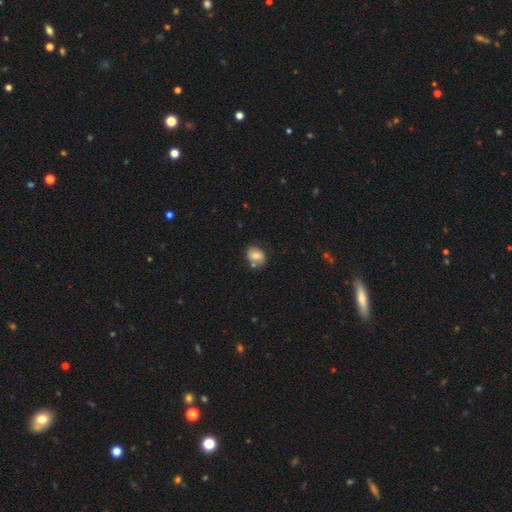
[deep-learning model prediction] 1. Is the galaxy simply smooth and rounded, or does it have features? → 66% smooth, 25% featured or disk, 9% star or artifact.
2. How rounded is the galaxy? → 51% in between, 48% round, 1% cigar-shaped.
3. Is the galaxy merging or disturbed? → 64% none, 17% minor disturbance, 14% merger, 4% major disturbance.